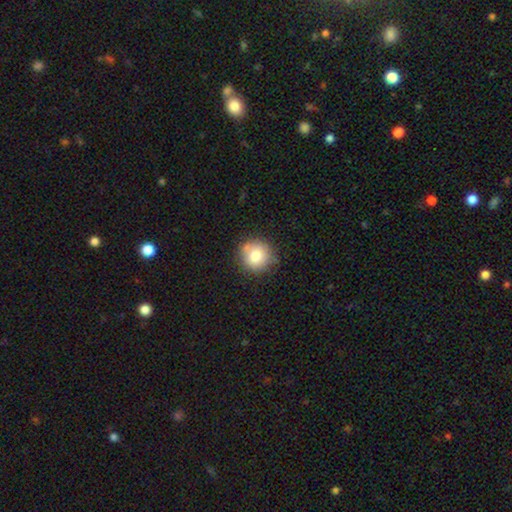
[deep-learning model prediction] smooth 79%, featured or disk 11%, star or artifact 10%. Down the decision tree: how rounded — round (91%); merging — none (77%).